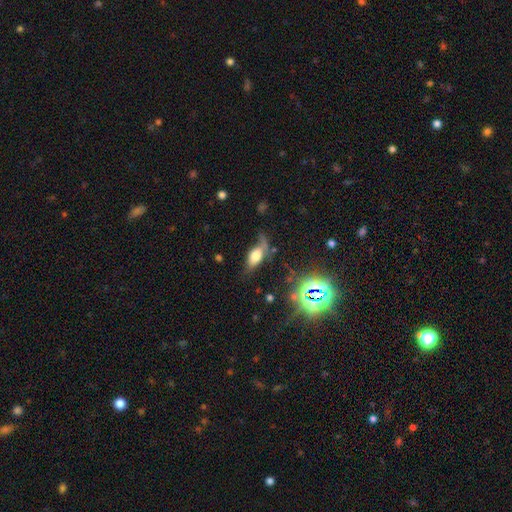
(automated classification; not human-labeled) This appears to be a smooth galaxy with no disk features (58%) that is in between round and cigar-shaped (80%). Merging: none (44%).